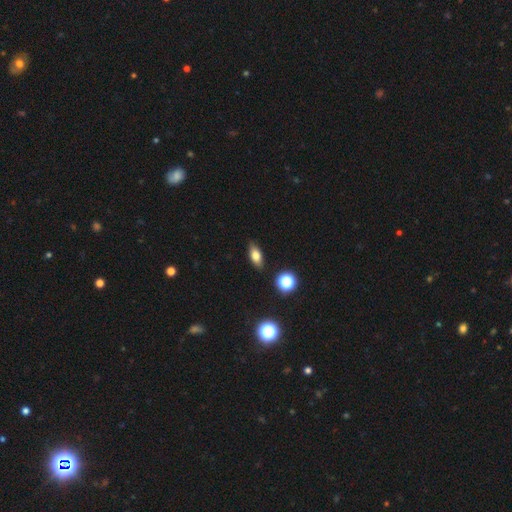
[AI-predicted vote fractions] Smooth or featured?
  - smooth: 73% *
  - featured or disk: 16%
  - star or artifact: 11%
How rounded?
  - in between: 79% *
  - cigar-shaped: 12%
  - round: 9%
Merging?
  - none: 87% *
  - minor disturbance: 10%
  - major disturbance: 2%
  - merger: 2%